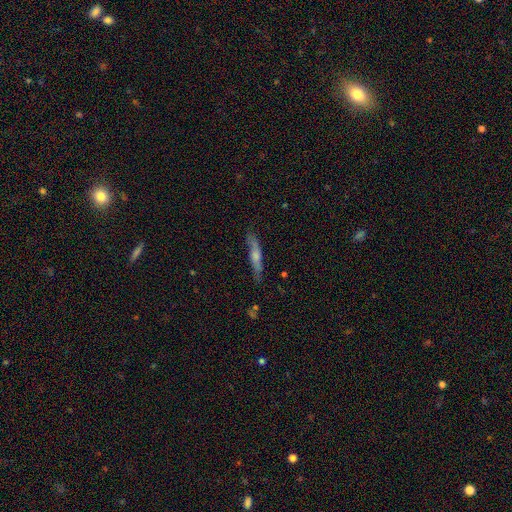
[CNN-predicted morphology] A smooth galaxy with no disk features (53%) that is cigar-shaped (88%). Merging: none (75%).